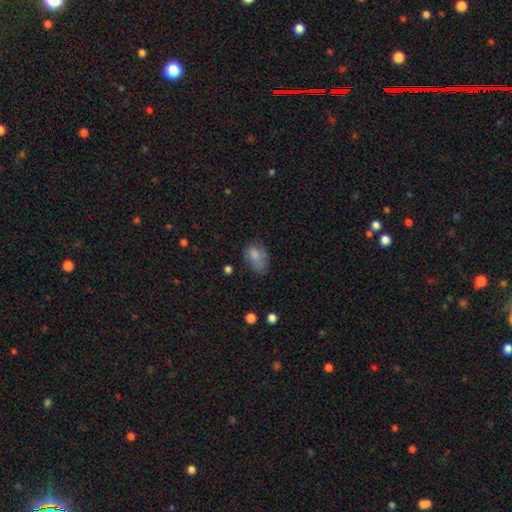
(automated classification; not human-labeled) Q: Smooth or featured?
A: smooth (78%); runner-up: featured or disk (12%)
Q: How rounded?
A: in between (81%); runner-up: round (18%)
Q: Merging?
A: none (40%); runner-up: minor disturbance (35%)